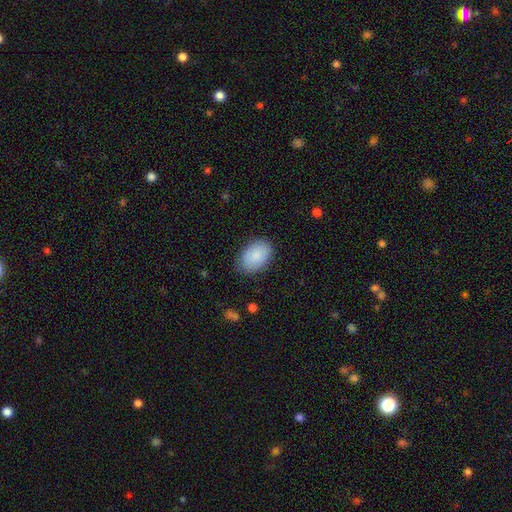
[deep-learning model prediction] Q: Smooth or featured?
A: smooth (88%); runner-up: featured or disk (6%)
Q: How rounded?
A: in between (90%); runner-up: round (9%)
Q: Merging?
A: none (79%); runner-up: minor disturbance (16%)